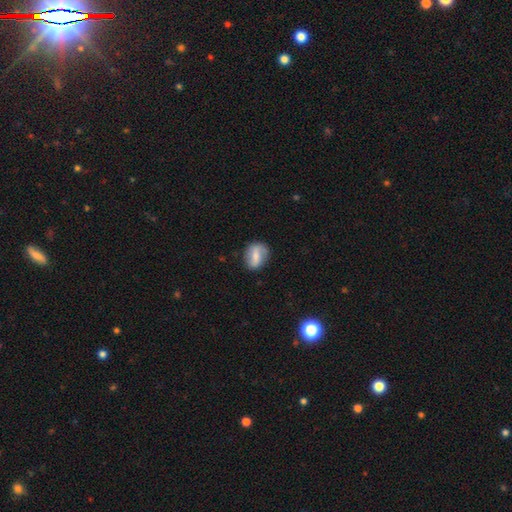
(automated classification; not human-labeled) Q: Smooth or featured?
A: smooth (54%); runner-up: featured or disk (38%)
Q: How rounded?
A: in between (60%); runner-up: round (37%)
Q: Merging?
A: none (76%); runner-up: minor disturbance (17%)